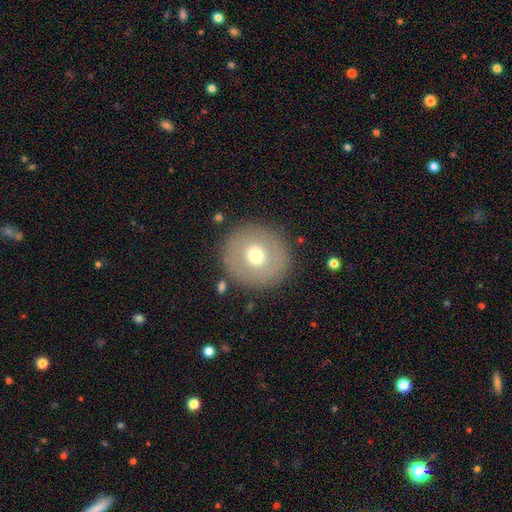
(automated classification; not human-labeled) Smooth or featured? smooth (62%)
How rounded? round (93%)
Merging? none (87%)